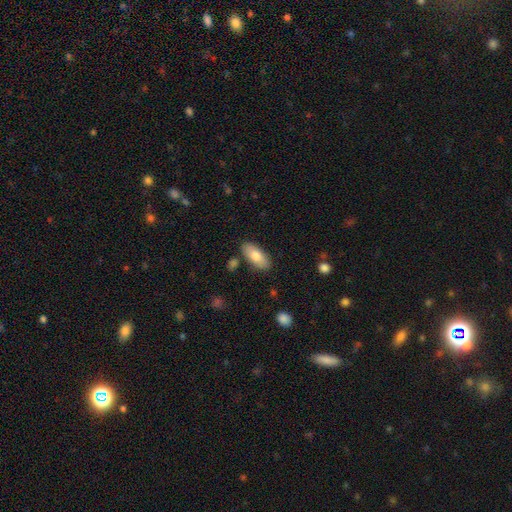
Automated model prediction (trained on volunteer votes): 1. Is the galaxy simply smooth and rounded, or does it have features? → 75% smooth, 19% featured or disk, 6% star or artifact.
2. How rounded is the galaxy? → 86% in between, 12% cigar-shaped, 2% round.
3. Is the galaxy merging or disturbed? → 84% none, 11% minor disturbance, 3% merger, 2% major disturbance.